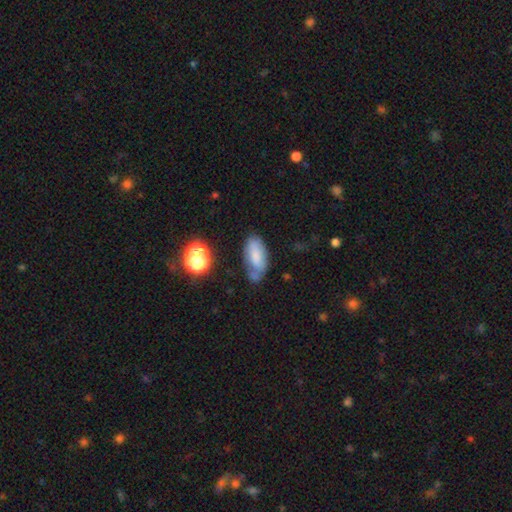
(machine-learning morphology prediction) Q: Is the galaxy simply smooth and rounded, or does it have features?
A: smooth — 68%.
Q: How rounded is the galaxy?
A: in between — 86%.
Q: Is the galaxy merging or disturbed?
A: none — 50%.